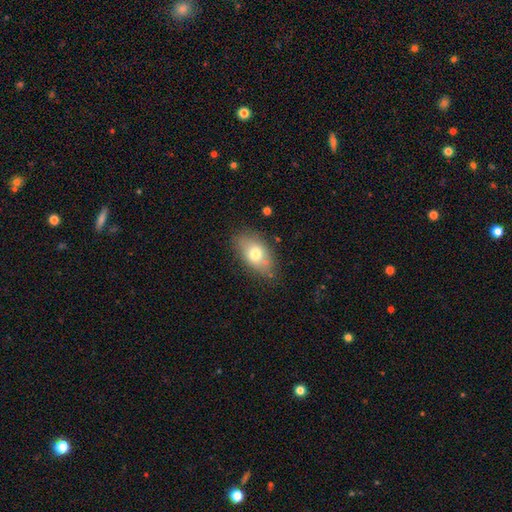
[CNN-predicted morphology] smooth-or-featured: smooth: 72% | featured or disk: 20% | star or artifact: 8%
  how-rounded: in between: 89% | round: 8% | cigar-shaped: 3%
  merging: none: 74% | minor disturbance: 18% | major disturbance: 4% | merger: 3%